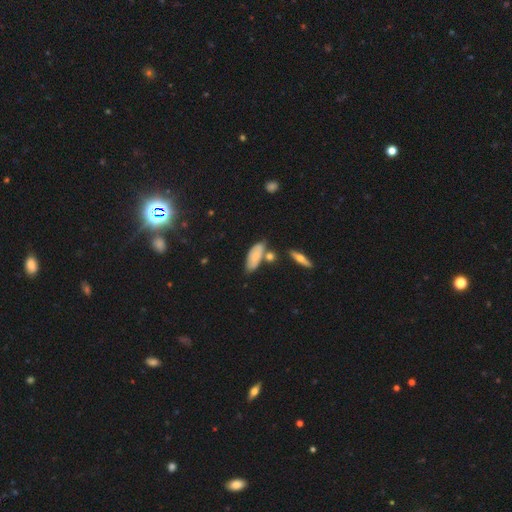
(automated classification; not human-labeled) Smooth or featured? smooth (71%)
How rounded? in between (77%)
Merging? none (57%)